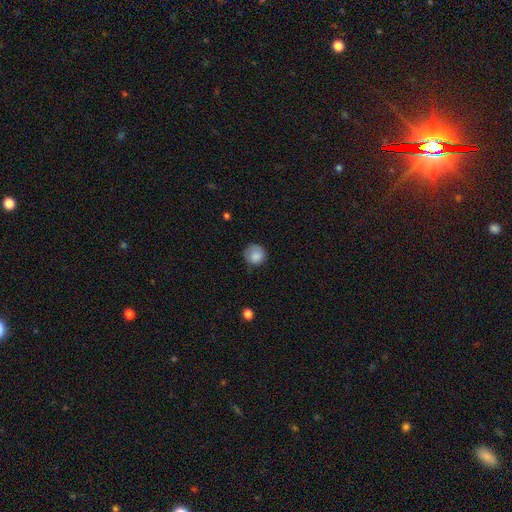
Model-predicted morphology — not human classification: Smooth or featured?
  - smooth: 85% *
  - star or artifact: 8%
  - featured or disk: 7%
How rounded?
  - round: 89% *
  - in between: 10%
  - cigar-shaped: 1%
Merging?
  - none: 68% *
  - minor disturbance: 24%
  - major disturbance: 6%
  - merger: 1%